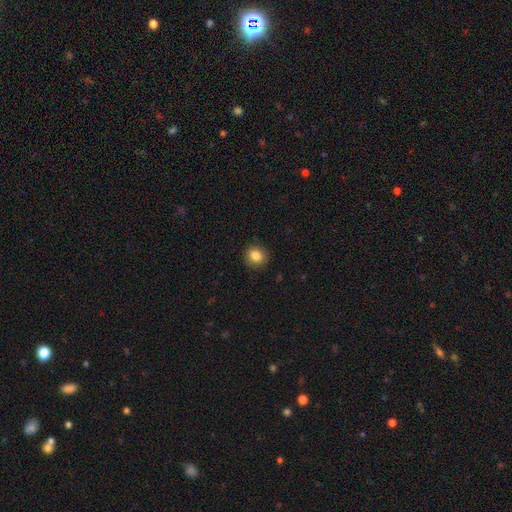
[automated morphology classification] This is clearly a smooth galaxy (84%). How rounded: likely round (79%). Merging: clearly none (89%).